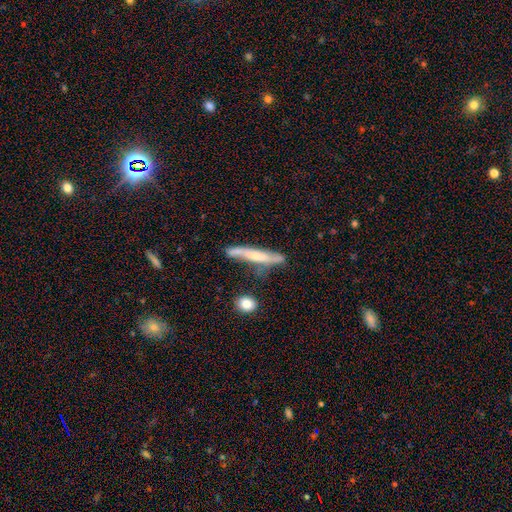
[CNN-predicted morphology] featured or disk 54%, smooth 39%, star or artifact 6%. Down the decision tree: edge-on disk — yes (73%); merging — none (66%).